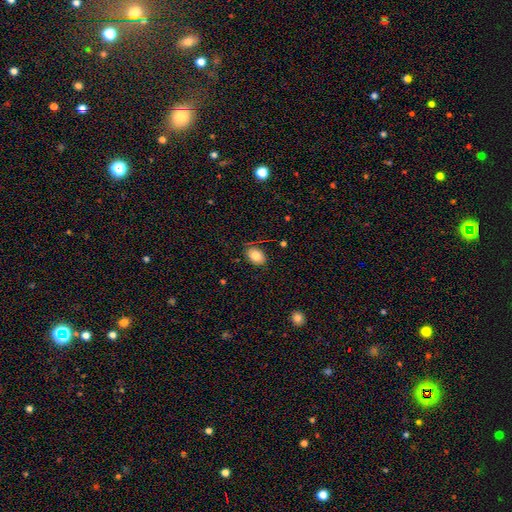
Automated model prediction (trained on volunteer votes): Overall: smooth (81%). How rounded: in between (80%). Merging: none (80%).